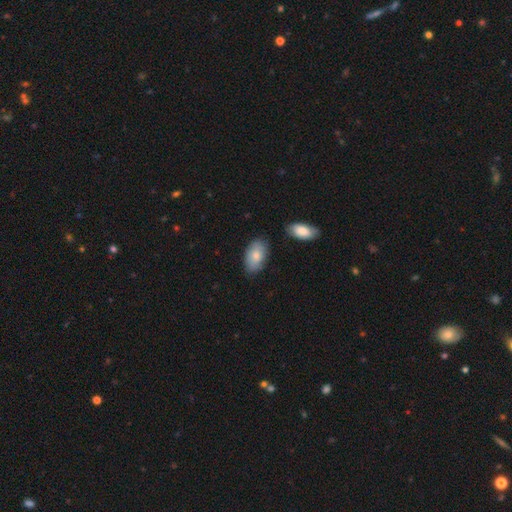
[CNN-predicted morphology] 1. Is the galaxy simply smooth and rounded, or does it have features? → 79% smooth, 15% featured or disk, 6% star or artifact.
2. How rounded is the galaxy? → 94% in between, 4% round, 2% cigar-shaped.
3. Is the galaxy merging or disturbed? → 76% none, 16% minor disturbance, 4% merger, 3% major disturbance.